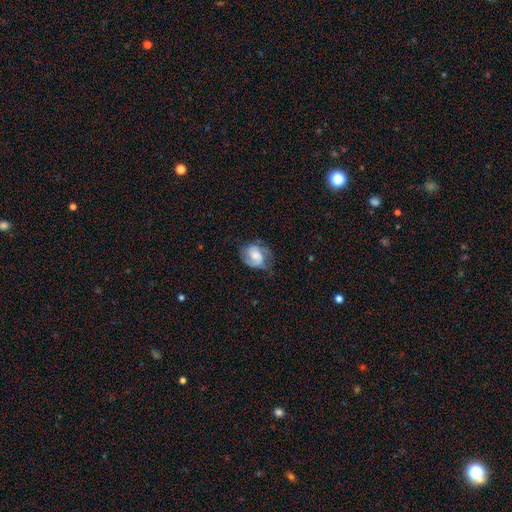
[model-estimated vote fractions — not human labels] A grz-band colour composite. It shows a featured or disk galaxy (63%) with no bar (52%), 2 (74%) medium (45%) spiral arms (90%) and a moderate central bulge (39%). Merging: none (54%).